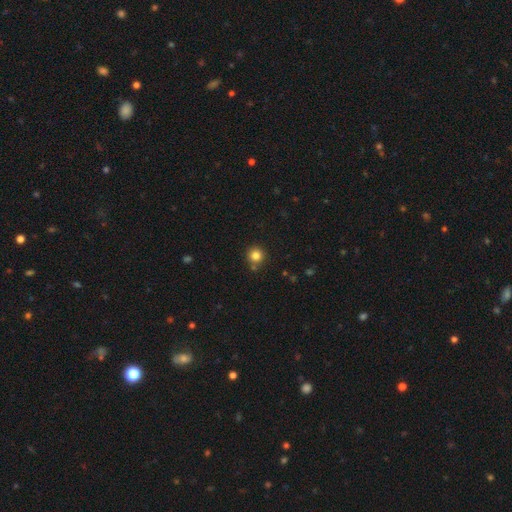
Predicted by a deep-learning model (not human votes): Smooth or featured: smooth — 83% (star or artifact — 12%)
How rounded: round — 94% (in between — 5%)
Merging: none — 81% (minor disturbance — 8%)